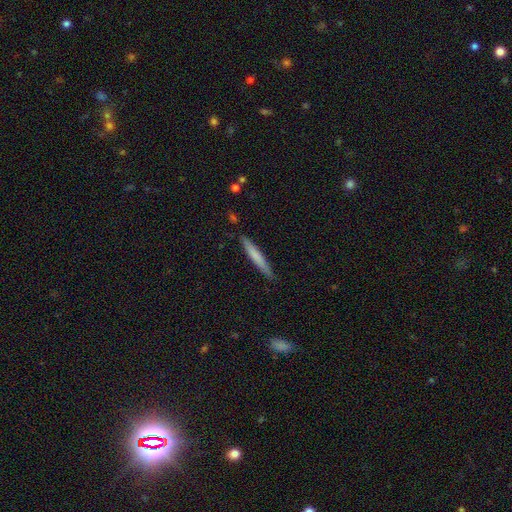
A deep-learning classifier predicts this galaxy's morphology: Q: Smooth or featured?
A: smooth (68%); runner-up: featured or disk (27%)
Q: How rounded?
A: cigar-shaped (95%); runner-up: in between (4%)
Q: Merging?
A: none (86%); runner-up: minor disturbance (11%)